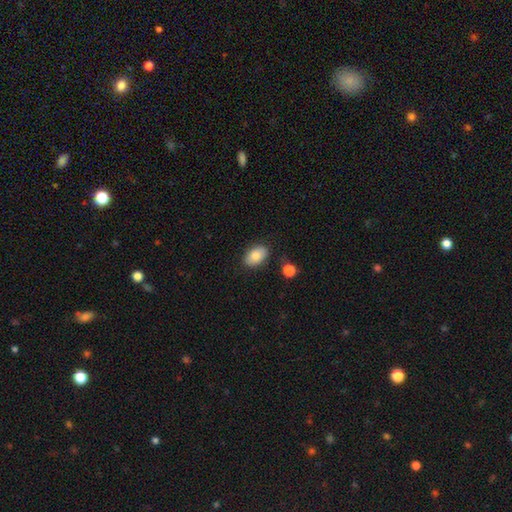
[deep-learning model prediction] Smooth or featured: smooth — 80% (featured or disk — 12%)
How rounded: in between — 89% (round — 9%)
Merging: none — 84% (minor disturbance — 11%)